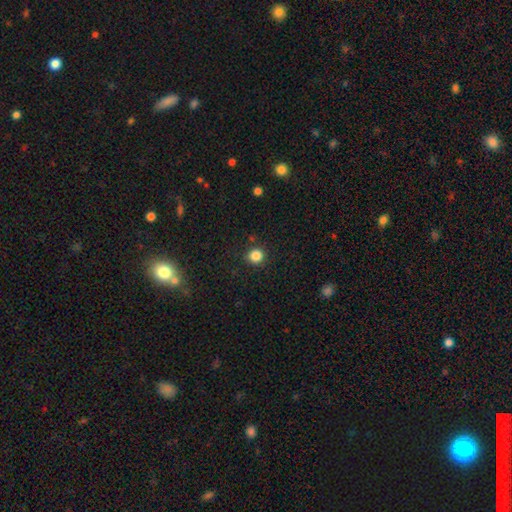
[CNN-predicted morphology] Overall: smooth (84%). How rounded: round (92%). Merging: none (89%).